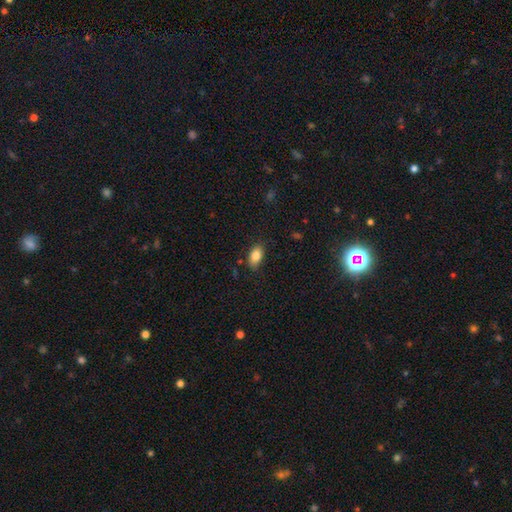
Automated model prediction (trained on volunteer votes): A smooth galaxy with no disk features (83%) that is in between round and cigar-shaped (90%).

Vote fractions:
- Smooth or featured? smooth: 83% / featured or disk: 9% / star or artifact: 8%
- How rounded? in between: 90% / round: 8% / cigar-shaped: 2%
- Merging? none: 81% / minor disturbance: 15% / major disturbance: 3% / merger: 1%